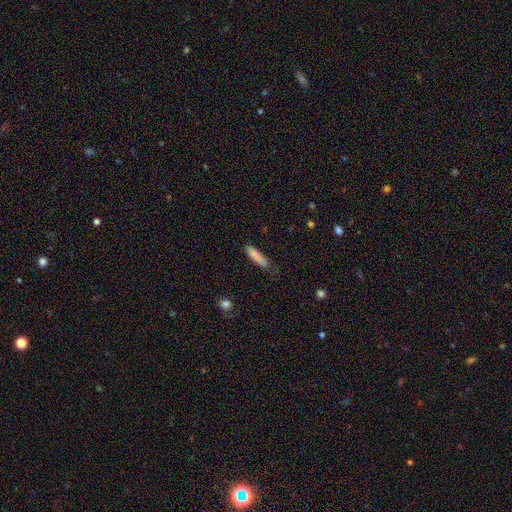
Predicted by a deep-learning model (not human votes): smooth 85%, featured or disk 9%, star or artifact 7%. Down the decision tree: how rounded — cigar-shaped (78%); merging — none (74%).